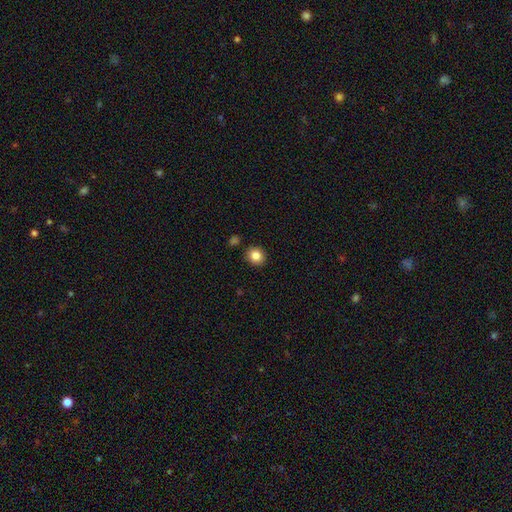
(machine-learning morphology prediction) This appears to be a smooth galaxy with no disk features (85%) that is round (79%). Merging: none (89%).